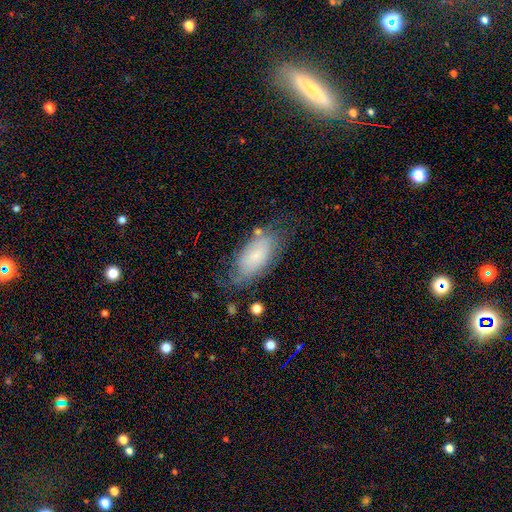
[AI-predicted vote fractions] Q: Smooth or featured?
A: smooth (55%); runner-up: featured or disk (37%)
Q: How rounded?
A: in between (91%); runner-up: cigar-shaped (6%)
Q: Merging?
A: none (56%); runner-up: minor disturbance (27%)